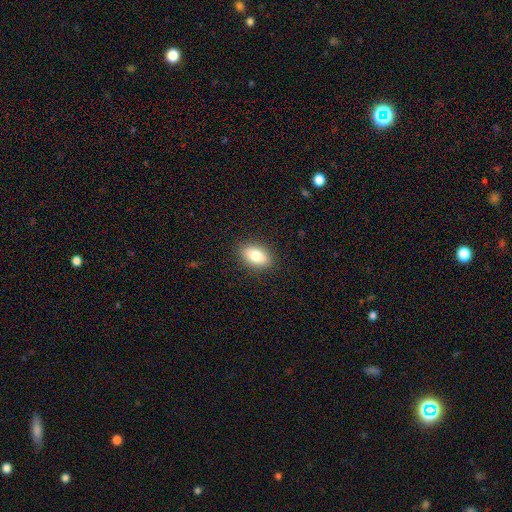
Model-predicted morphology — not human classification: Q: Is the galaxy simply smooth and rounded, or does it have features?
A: smooth — 81%.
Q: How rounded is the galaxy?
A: in between — 88%.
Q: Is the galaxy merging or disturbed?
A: none — 88%.